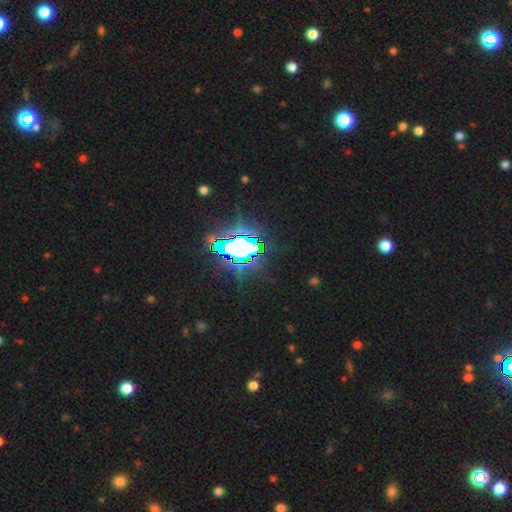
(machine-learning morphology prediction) Smooth or featured? Predicted: star or artifact (p=0.84).